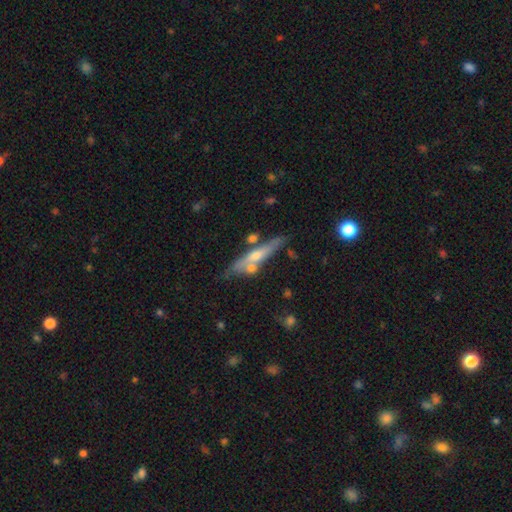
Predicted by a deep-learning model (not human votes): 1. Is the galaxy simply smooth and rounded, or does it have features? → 66% featured or disk, 25% smooth, 9% star or artifact.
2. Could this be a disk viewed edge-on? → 87% yes, 13% no.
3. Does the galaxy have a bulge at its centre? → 75% rounded, 18% none, 7% boxy.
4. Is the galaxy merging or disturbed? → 67% none, 16% minor disturbance, 12% merger, 6% major disturbance.